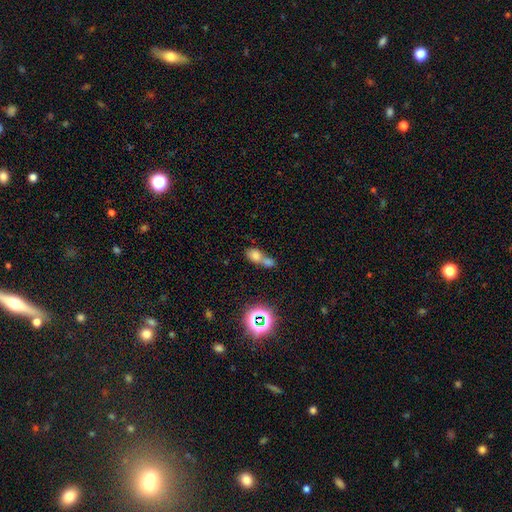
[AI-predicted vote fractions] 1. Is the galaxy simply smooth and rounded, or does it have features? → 70% smooth, 16% star or artifact, 14% featured or disk.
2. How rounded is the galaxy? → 65% in between, 31% round, 4% cigar-shaped.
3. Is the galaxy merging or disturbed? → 69% merger, 20% none, 7% minor disturbance, 5% major disturbance.